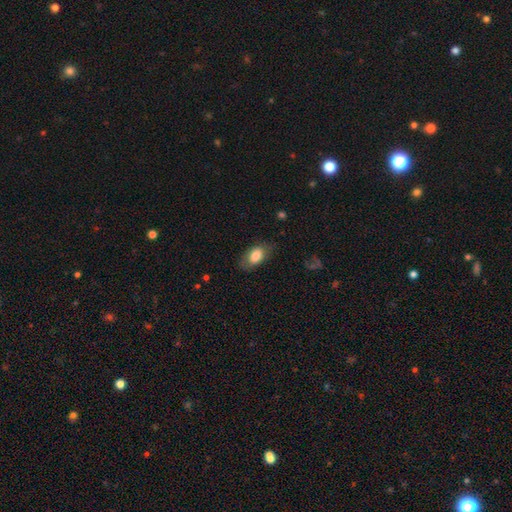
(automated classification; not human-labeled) The model was most divided on "merging": none: 76%, minor disturbance: 17%, major disturbance: 6%, merger: 1%. More confident: how rounded — in between (92%); smooth or featured — smooth (77%).